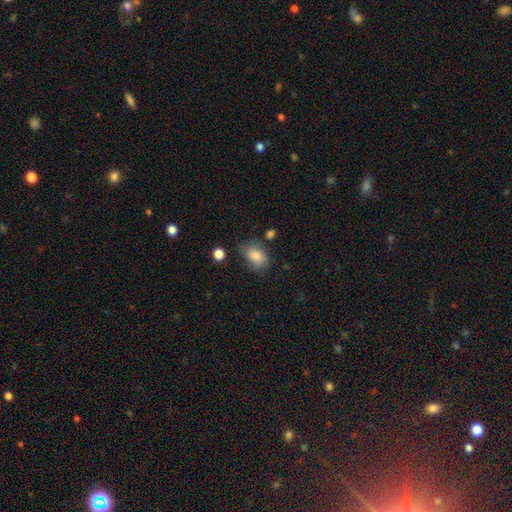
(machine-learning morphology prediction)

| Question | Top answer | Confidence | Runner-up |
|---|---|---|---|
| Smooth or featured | smooth | 82% | featured or disk (10%) |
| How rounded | in between | 80% | round (18%) |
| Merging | none | 64% | minor disturbance (25%) |